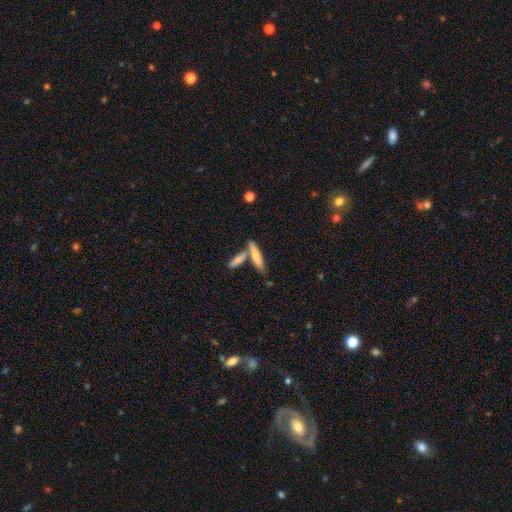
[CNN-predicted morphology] A smooth galaxy with no disk features (68%) that is cigar-shaped (81%).

Vote fractions:
- Smooth or featured? smooth: 68% / featured or disk: 26% / star or artifact: 6%
- How rounded? cigar-shaped: 81% / in between: 17% / round: 2%
- Merging? none: 56% / merger: 30% / minor disturbance: 10% / major disturbance: 3%